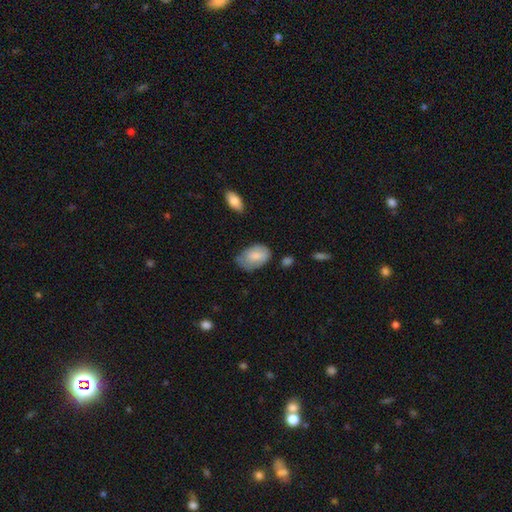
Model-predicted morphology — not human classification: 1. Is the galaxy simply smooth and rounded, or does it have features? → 81% smooth, 13% featured or disk, 6% star or artifact.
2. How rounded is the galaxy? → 90% in between, 9% round, 1% cigar-shaped.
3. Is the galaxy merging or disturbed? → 52% none, 35% minor disturbance, 10% major disturbance, 3% merger.